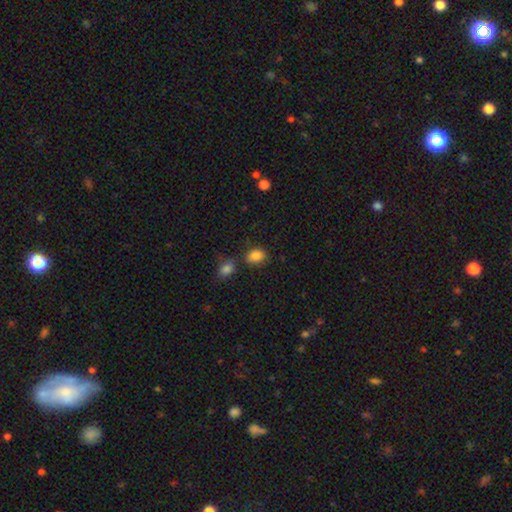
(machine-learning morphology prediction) Smooth or featured: smooth — 85% (star or artifact — 9%)
How rounded: in between — 73% (round — 25%)
Merging: none — 69% (minor disturbance — 16%)